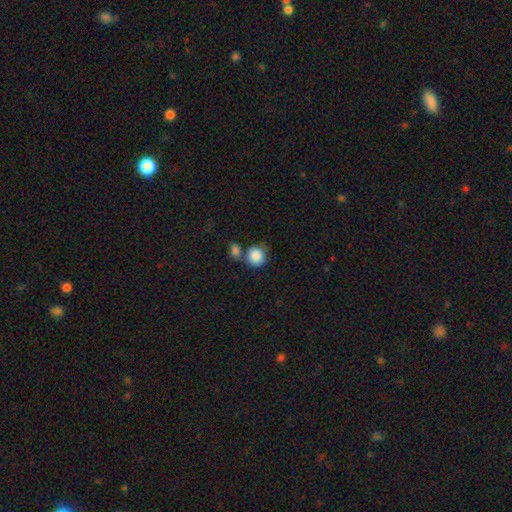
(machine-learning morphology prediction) This appears to be a smooth galaxy with no disk features (88%) that is round (87%). Merging: none (50%).